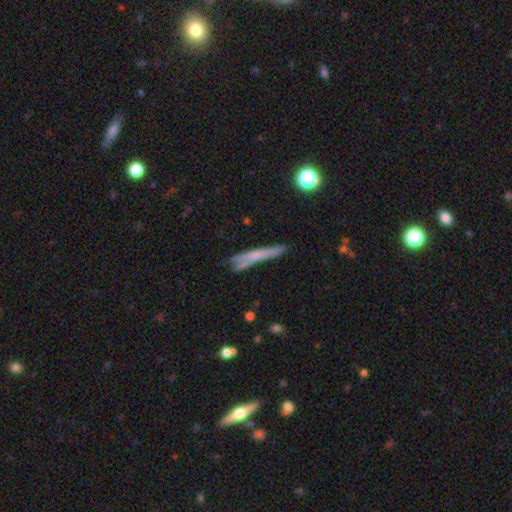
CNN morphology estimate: A smooth galaxy with no disk features (52%) that is cigar-shaped (92%).

Vote fractions:
- Smooth or featured? smooth: 52% / featured or disk: 39% / star or artifact: 9%
- How rounded? cigar-shaped: 92% / in between: 5% / round: 2%
- Merging? none: 62% / minor disturbance: 23% / major disturbance: 8% / merger: 7%